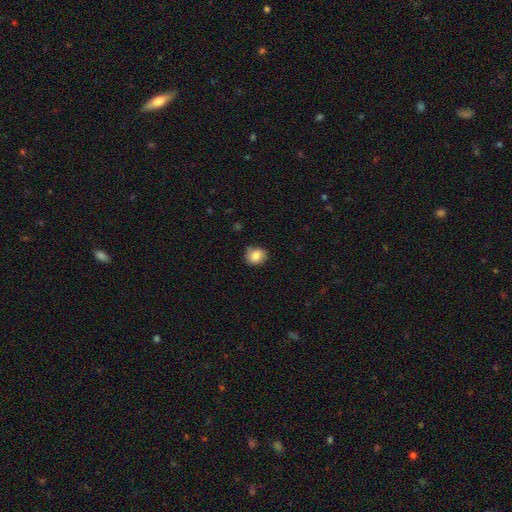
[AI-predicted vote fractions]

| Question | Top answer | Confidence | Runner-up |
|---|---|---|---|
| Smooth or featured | smooth | 84% | star or artifact (9%) |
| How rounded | round | 70% | in between (29%) |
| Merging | none | 73% | minor disturbance (21%) |